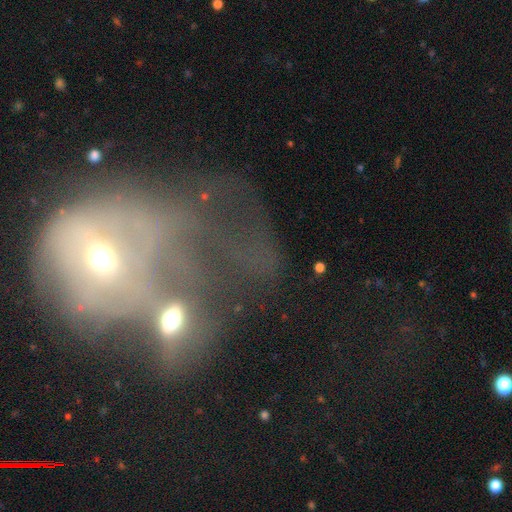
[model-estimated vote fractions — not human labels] Smooth or featured? featured or disk (39%)
Merging? merger (51%)